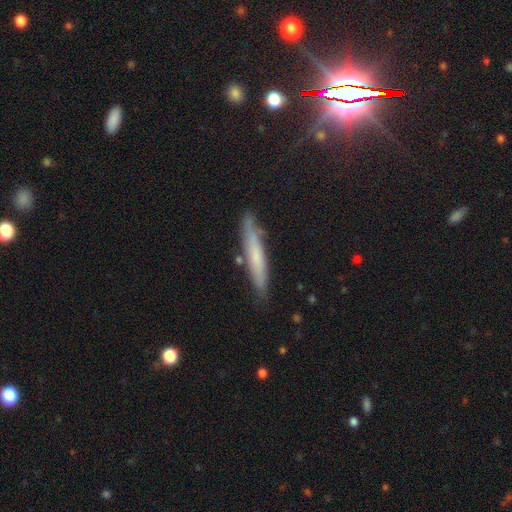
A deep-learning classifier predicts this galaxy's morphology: Overall: smooth (55%; featured or disk 37%). How rounded: cigar-shaped (93%). Merging: none (81%).